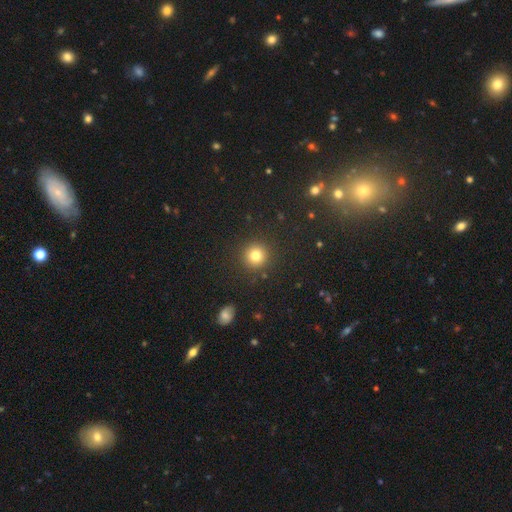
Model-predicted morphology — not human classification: Smooth or featured? smooth (81%)
How rounded? round (94%)
Merging? none (90%)